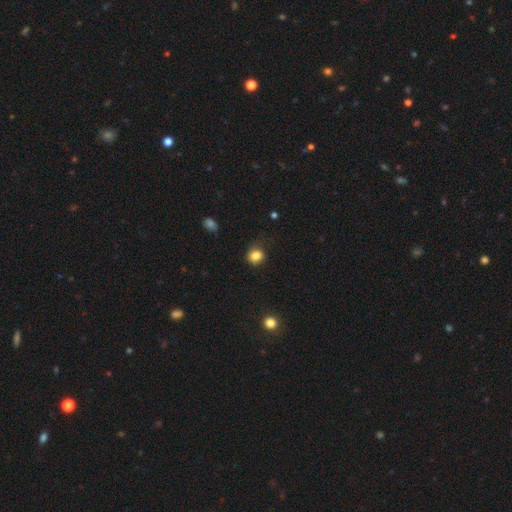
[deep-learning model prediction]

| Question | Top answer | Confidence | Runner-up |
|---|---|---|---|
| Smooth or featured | smooth | 84% | star or artifact (11%) |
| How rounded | round | 78% | in between (22%) |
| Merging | none | 71% | minor disturbance (21%) |